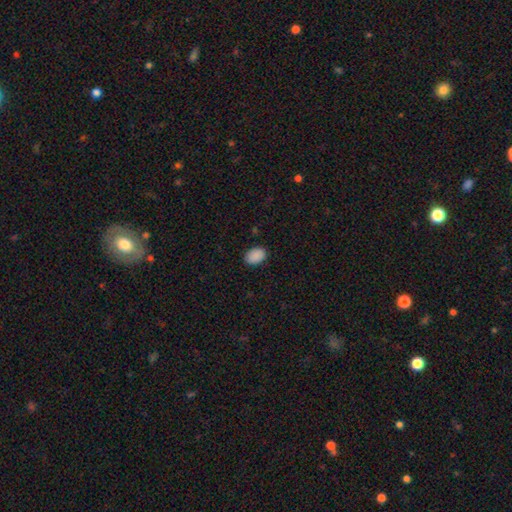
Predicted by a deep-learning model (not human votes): Smooth or featured? smooth (90%)
How rounded? in between (81%)
Merging? none (87%)